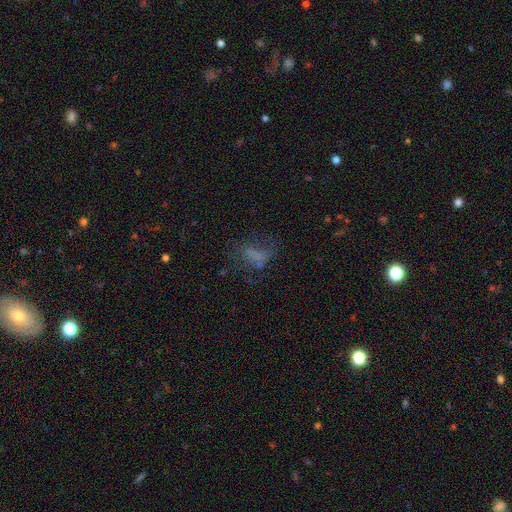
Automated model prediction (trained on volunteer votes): A smooth galaxy with no disk features (47%).

Vote fractions:
- Smooth or featured? smooth: 47% / featured or disk: 30% / star or artifact: 23%
- Merging? none: 41% / major disturbance: 35% / minor disturbance: 20% / merger: 5%